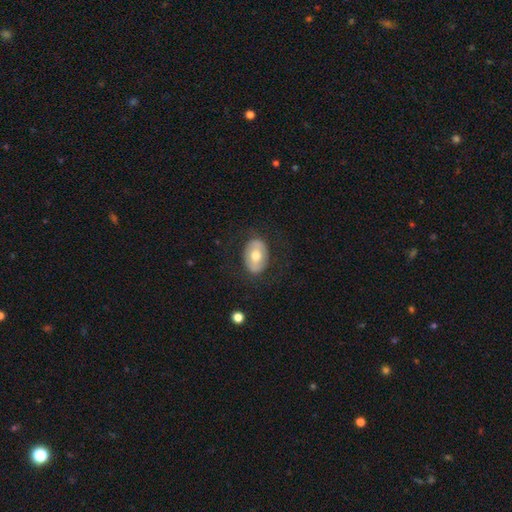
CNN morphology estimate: A smooth galaxy with no disk features (52%) that is in between round and cigar-shaped (79%). Merging: none (79%).